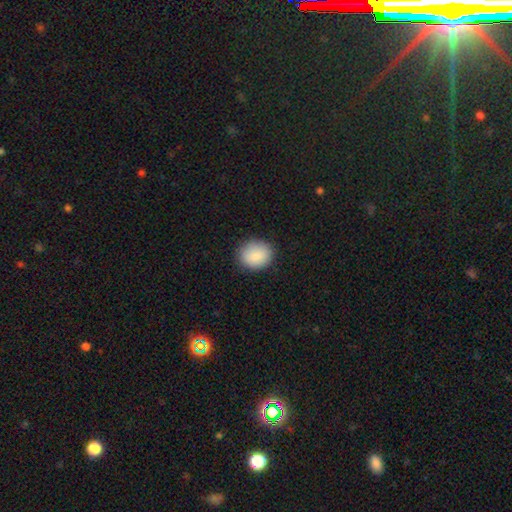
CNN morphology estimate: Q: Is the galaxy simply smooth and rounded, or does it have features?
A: smooth — 88%.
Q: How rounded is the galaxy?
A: round — 64%.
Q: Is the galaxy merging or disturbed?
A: none — 86%.